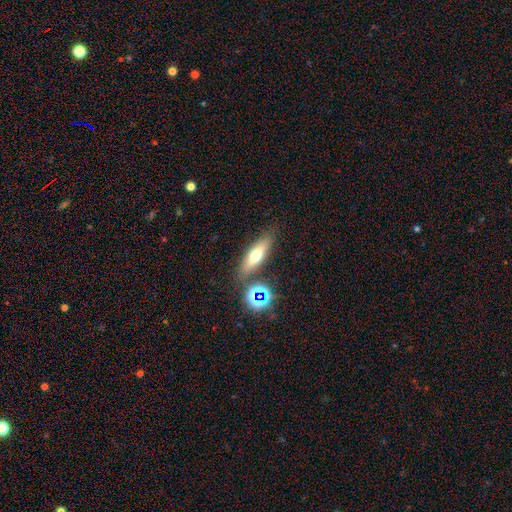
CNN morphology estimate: smooth 58%, featured or disk 29%, star or artifact 12%. Down the decision tree: how rounded — cigar-shaped (52%); merging — none (78%).